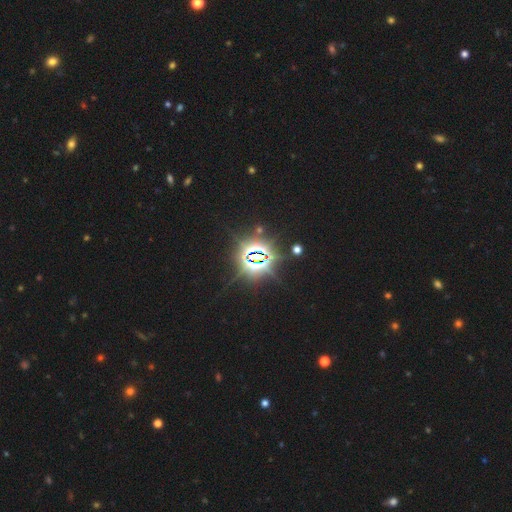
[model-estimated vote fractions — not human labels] smooth-or-featured: star or artifact: 86% | smooth: 8% | featured or disk: 6%